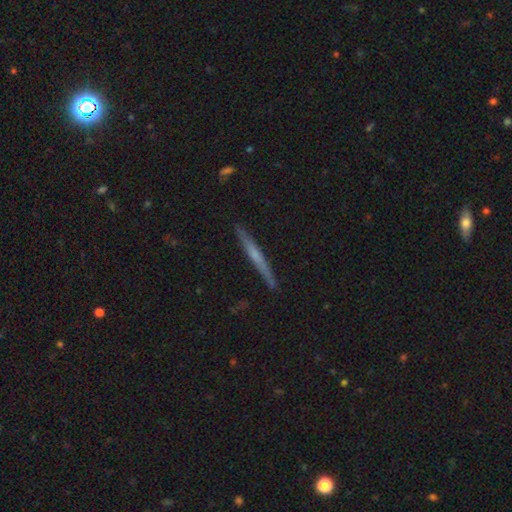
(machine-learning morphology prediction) Smooth or featured: featured or disk — 58% (smooth — 36%)
Edge-on disk: yes — 98% (no — 2%)
Edge-on bulge: none — 57% (rounded — 36%)
Merging: none — 90% (minor disturbance — 7%)